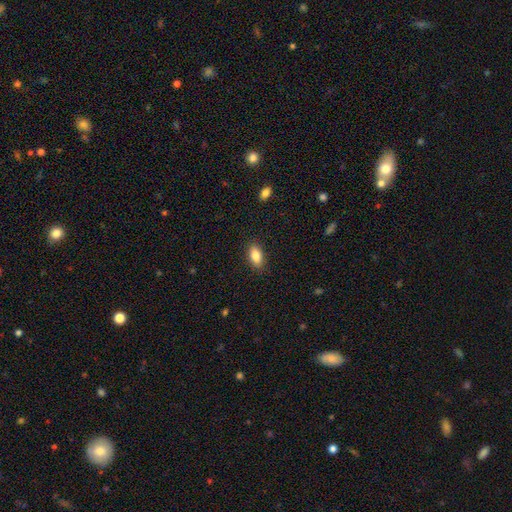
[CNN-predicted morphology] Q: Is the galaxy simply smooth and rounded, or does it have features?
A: smooth — 86%.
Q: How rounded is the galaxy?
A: in between — 90%.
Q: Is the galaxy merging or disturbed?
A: none — 88%.